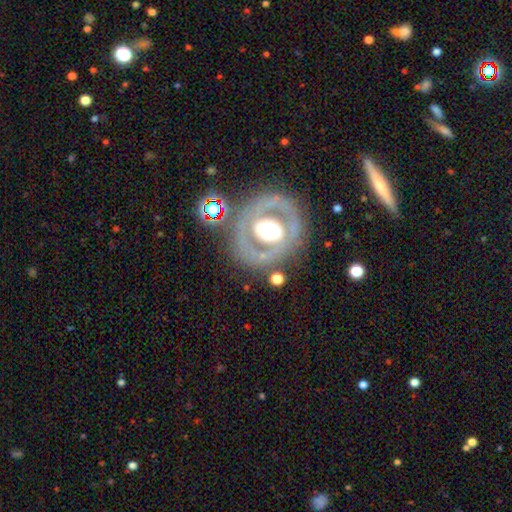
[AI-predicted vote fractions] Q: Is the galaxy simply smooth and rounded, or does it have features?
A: featured or disk — 71%.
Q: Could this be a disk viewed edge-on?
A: no — 91%.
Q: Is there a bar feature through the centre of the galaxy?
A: no — 73%.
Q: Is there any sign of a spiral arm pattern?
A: no — 65%.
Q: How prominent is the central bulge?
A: large — 47%.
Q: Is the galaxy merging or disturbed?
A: none — 74%.